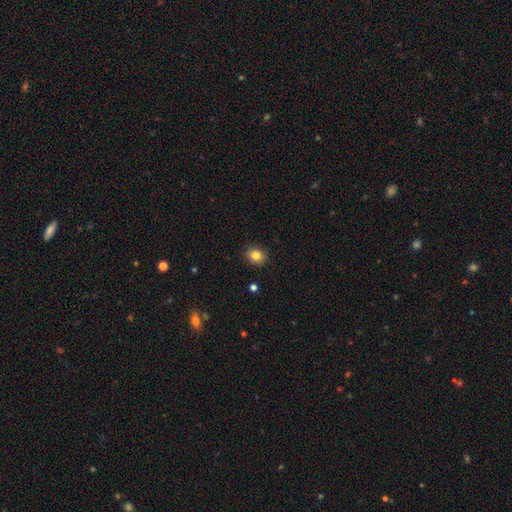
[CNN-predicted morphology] The model was most divided on "how rounded": round: 66%, in between: 33%, cigar-shaped: 1%. More confident: merging — none (90%); smooth or featured — smooth (82%).